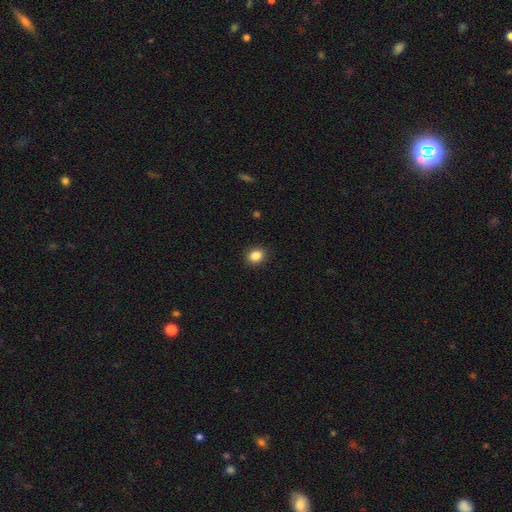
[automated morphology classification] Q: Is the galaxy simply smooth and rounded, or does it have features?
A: smooth — 87%.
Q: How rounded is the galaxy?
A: round — 61%.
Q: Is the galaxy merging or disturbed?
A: none — 91%.